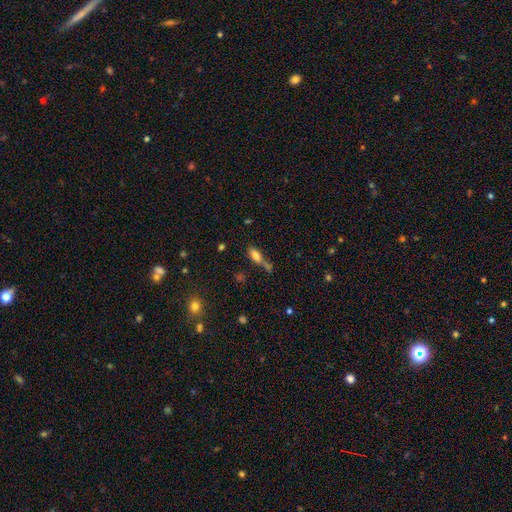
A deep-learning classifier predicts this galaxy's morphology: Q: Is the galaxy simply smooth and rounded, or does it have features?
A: smooth — 74%.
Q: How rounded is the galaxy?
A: in between — 69%.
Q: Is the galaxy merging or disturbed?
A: none — 46%.